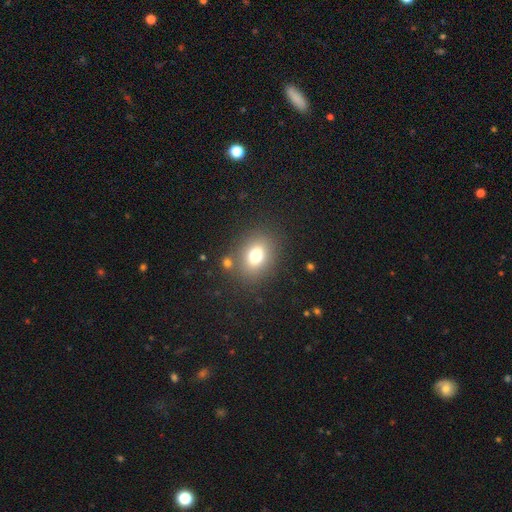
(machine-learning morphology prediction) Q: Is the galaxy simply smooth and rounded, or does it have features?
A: smooth — 75%.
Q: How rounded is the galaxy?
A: in between — 58%.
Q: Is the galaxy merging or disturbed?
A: none — 80%.